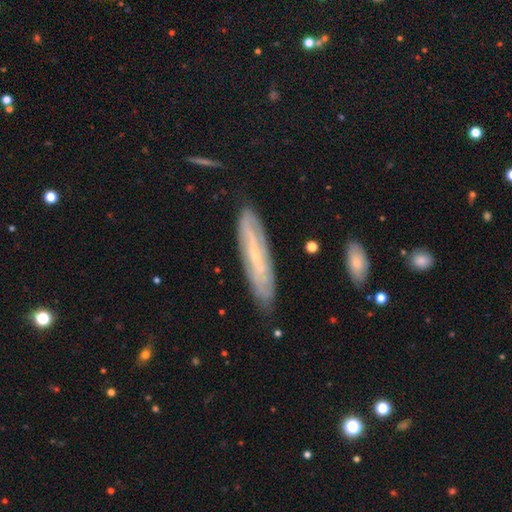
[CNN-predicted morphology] The model was most divided on "edge-on disk": no: 53%, yes: 47%. More confident: merging — none (81%); smooth or featured — featured or disk (66%).